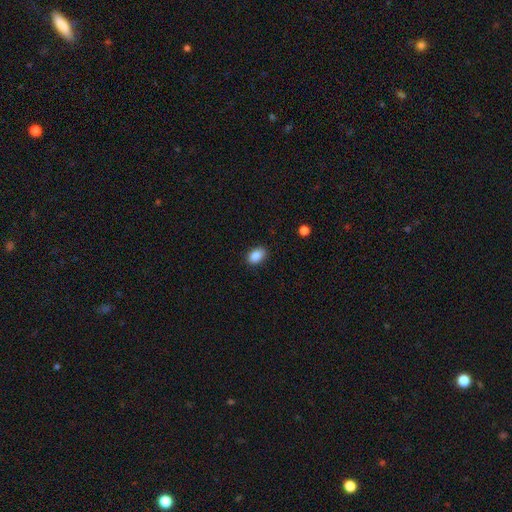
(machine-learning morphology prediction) Smooth or featured? Predicted: smooth (p=0.88). How rounded? Predicted: in between (p=0.86). Merging? Predicted: none (p=0.86).